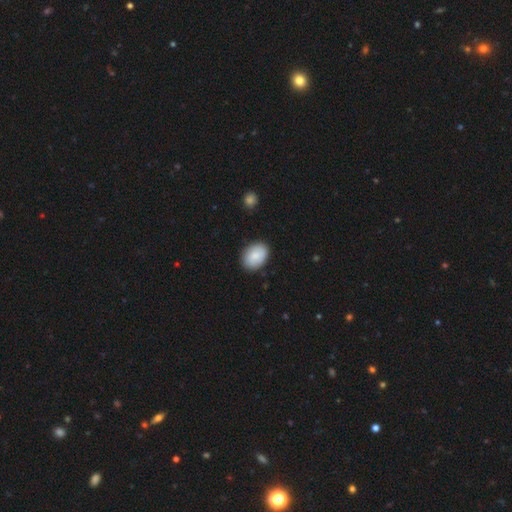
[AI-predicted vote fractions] Smooth or featured?
  - smooth: 85% *
  - featured or disk: 9%
  - star or artifact: 6%
How rounded?
  - in between: 81% *
  - round: 18%
  - cigar-shaped: 1%
Merging?
  - none: 87% *
  - minor disturbance: 10%
  - major disturbance: 2%
  - merger: 1%